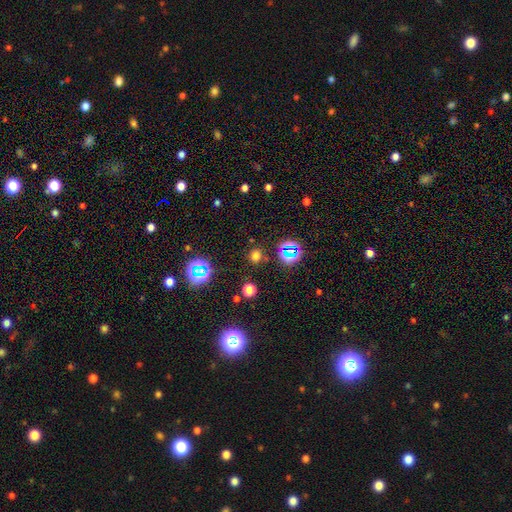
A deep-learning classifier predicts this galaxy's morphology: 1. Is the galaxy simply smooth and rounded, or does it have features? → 64% smooth, 31% star or artifact, 6% featured or disk.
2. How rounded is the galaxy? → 86% round, 13% in between, 1% cigar-shaped.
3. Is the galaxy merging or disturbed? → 86% none, 8% minor disturbance, 3% major disturbance, 3% merger.